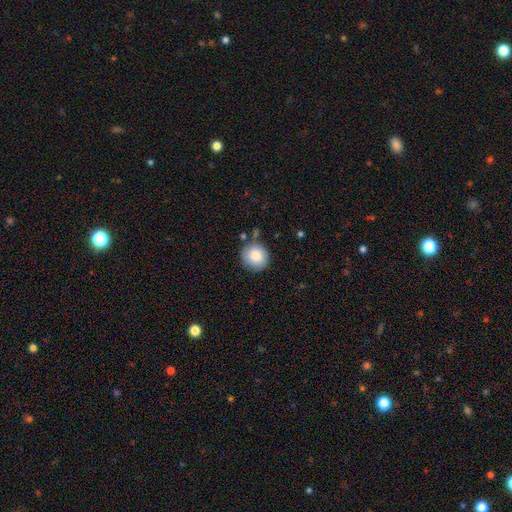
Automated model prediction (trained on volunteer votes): Morphology: type=smooth (84%); roundness=round (91%); merging=none (81%).